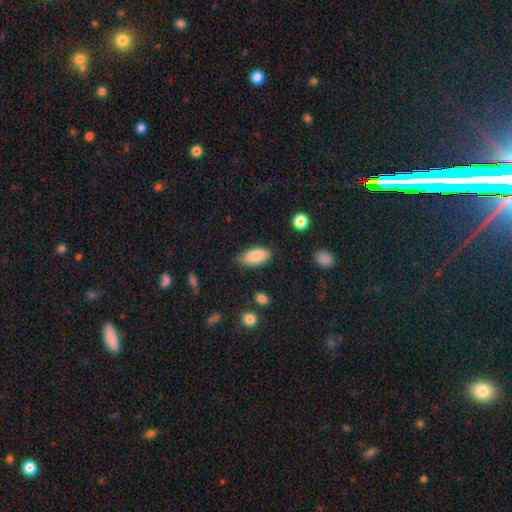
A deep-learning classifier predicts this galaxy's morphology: This is clearly a smooth galaxy (85%). How rounded: clearly in between (91%). Merging: likely none (78%).